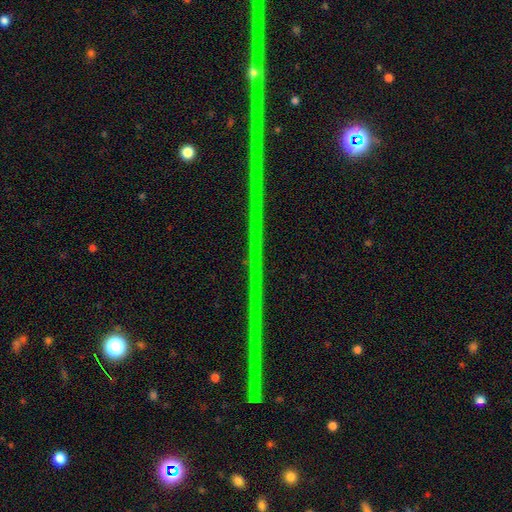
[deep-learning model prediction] A star or artifact, not a galaxy (82%).

Vote fractions:
- Smooth or featured? star or artifact: 82% / featured or disk: 12% / smooth: 6%